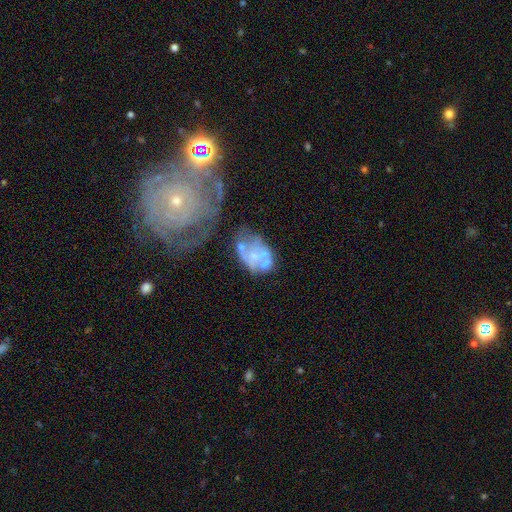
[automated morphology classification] The model was most divided on "merging": merger: 30%, major disturbance: 29%, none: 22%, minor disturbance: 19%. Remaining: edge-on disk — no (97%); bar — no (83%); spiral arms — no (72%); smooth or featured — featured or disk (62%); bulge size — none (40%).